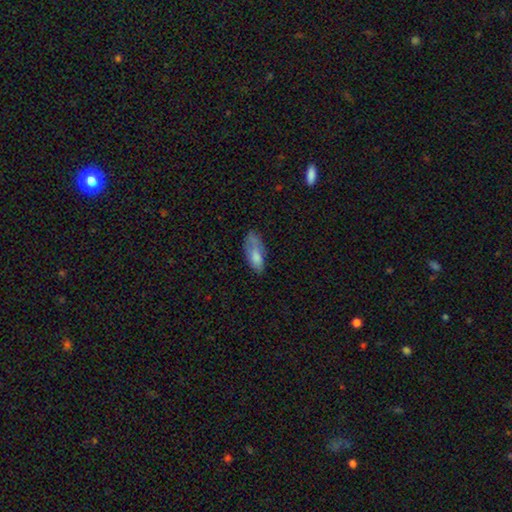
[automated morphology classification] smooth 76%, featured or disk 17%, star or artifact 7%. Down the decision tree: how rounded — in between (79%); merging — none (51%).